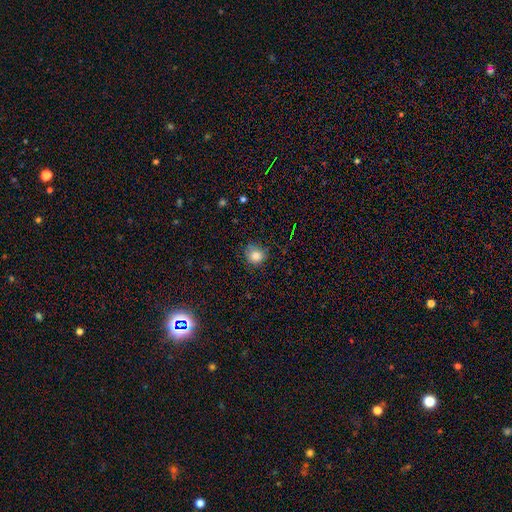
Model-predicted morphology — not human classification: smooth_or_featured: smooth (p=0.83) [alt: star or artifact p=0.11]
how_rounded: round (p=0.86) [alt: in between p=0.13]
merging: none (p=0.76) [alt: minor disturbance p=0.18]